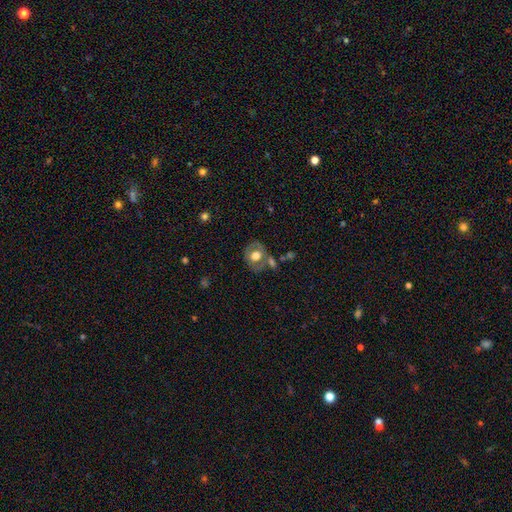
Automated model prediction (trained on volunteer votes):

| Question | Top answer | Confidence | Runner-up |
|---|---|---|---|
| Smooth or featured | smooth | 46% | tied: featured or disk (46%) |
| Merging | none | 60% | minor disturbance (18%) |